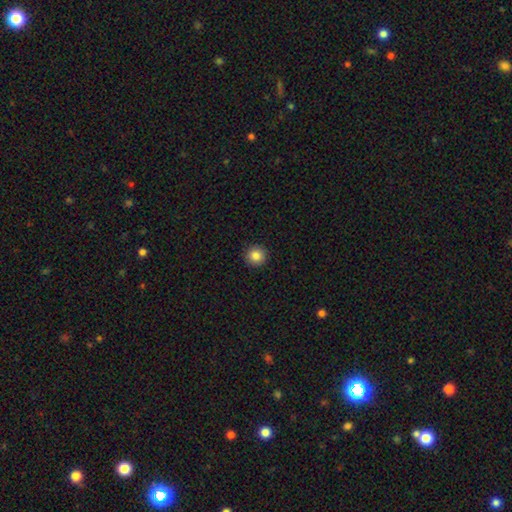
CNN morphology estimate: This is clearly a smooth galaxy (85%). How rounded: clearly round (95%). Merging: clearly none (93%).